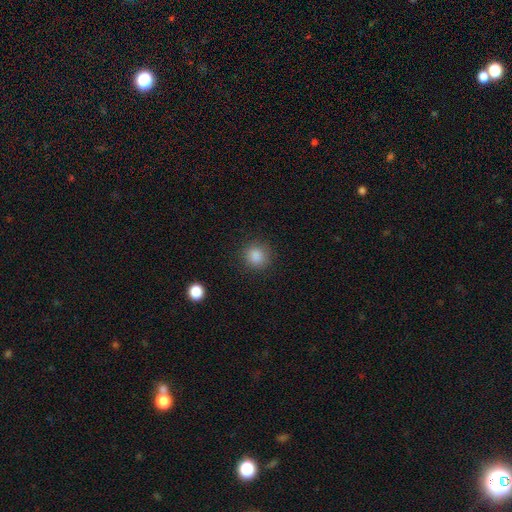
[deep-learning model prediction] smooth_or_featured: smooth (p=0.86) [alt: star or artifact p=0.11]
how_rounded: round (p=0.90) [alt: in between p=0.09]
merging: none (p=0.89) [alt: minor disturbance p=0.07]